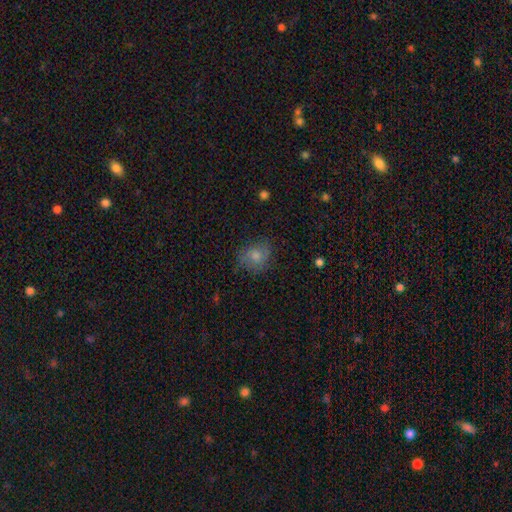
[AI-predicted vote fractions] Morphology: type=smooth (65%); roundness=round (63%); merging=none (73%).